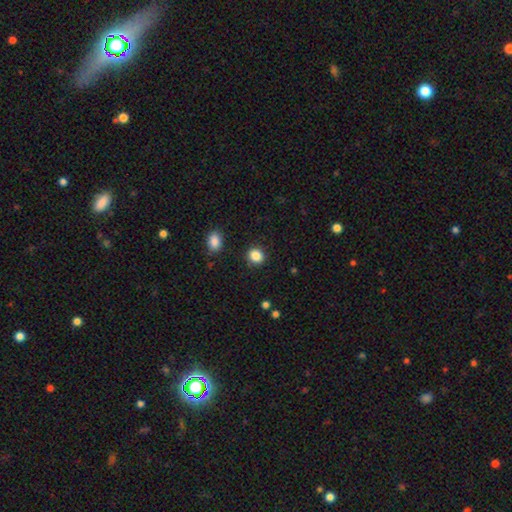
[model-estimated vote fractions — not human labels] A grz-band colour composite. It shows a smooth galaxy with no disk features (86%) that is round (80%). Merging: none (90%).